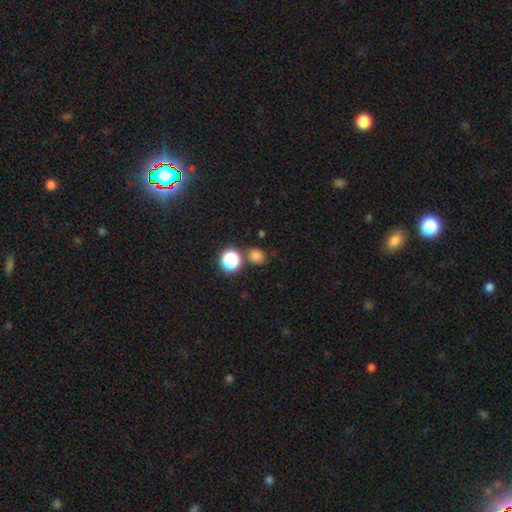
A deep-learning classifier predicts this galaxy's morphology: Smooth or featured? smooth (75%)
How rounded? round (76%)
Merging? none (75%)